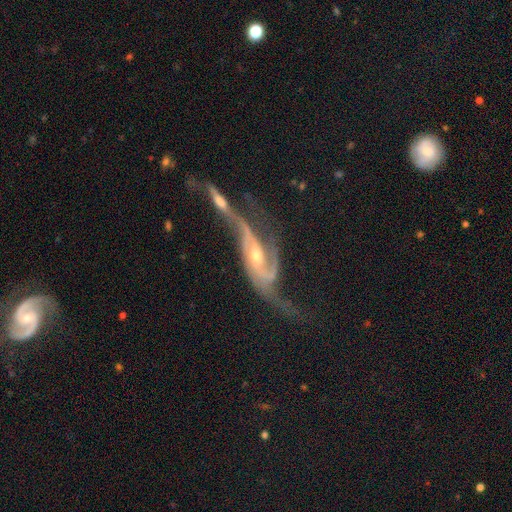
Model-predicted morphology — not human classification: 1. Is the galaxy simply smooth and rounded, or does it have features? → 88% featured or disk, 7% star or artifact, 6% smooth.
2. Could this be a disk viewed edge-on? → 88% no, 12% yes.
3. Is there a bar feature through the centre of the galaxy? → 45% no, 35% weak, 20% strong.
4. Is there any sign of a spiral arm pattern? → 94% yes, 6% no.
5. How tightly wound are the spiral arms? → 60% loose, 28% medium, 12% tight.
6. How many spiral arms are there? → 77% 2, 8% can't tell, 6% 3, 4% 1, 2% 4, 2% more than 4.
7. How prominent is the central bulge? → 48% small, 46% moderate, 2% large, 2% none, 1% dominant.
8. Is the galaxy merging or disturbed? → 41% merger, 24% none, 22% major disturbance, 13% minor disturbance.